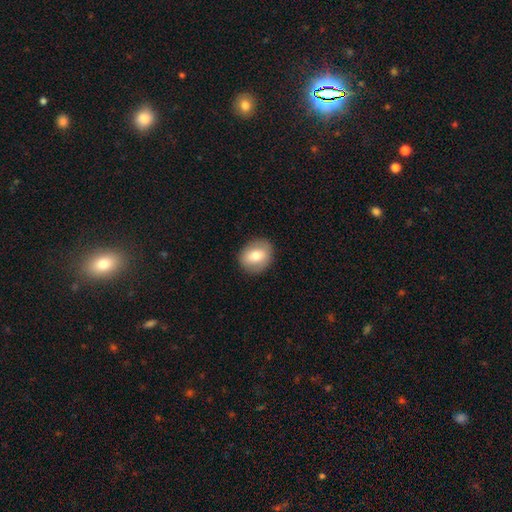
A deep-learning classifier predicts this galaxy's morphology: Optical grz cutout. It shows a smooth galaxy with no disk features (72%) that is round (56%). Merging: none (88%).